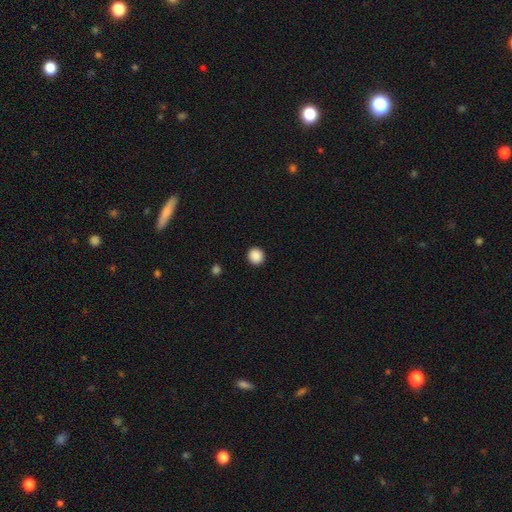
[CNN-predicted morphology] This appears to be a smooth galaxy with no disk features (89%) that is round (93%). Merging: none (93%).